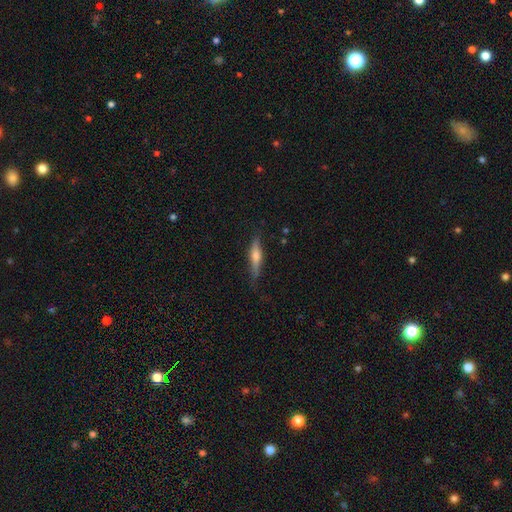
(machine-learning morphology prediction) A featured or disk galaxy (48%). Merging: none (77%).